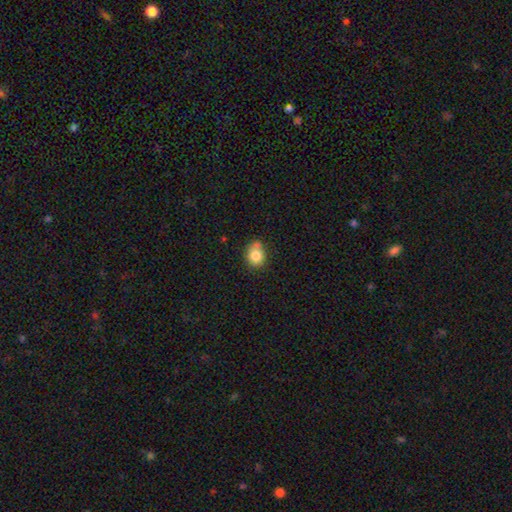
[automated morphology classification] This is clearly a smooth galaxy (82%). How rounded: likely round (64%). Merging: possibly none (56%).